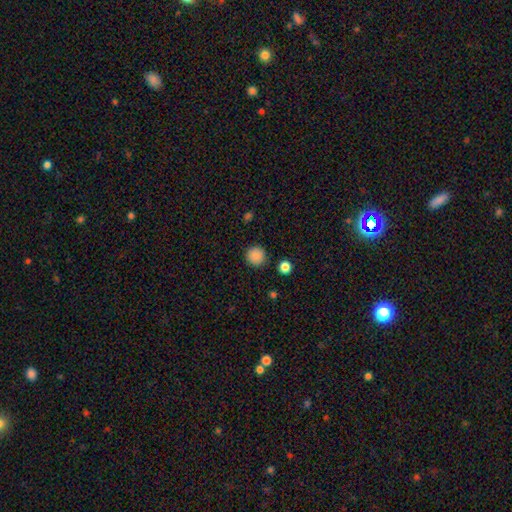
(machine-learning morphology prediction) This appears to be a smooth galaxy with no disk features (87%) that is round (95%). Merging: none (90%).